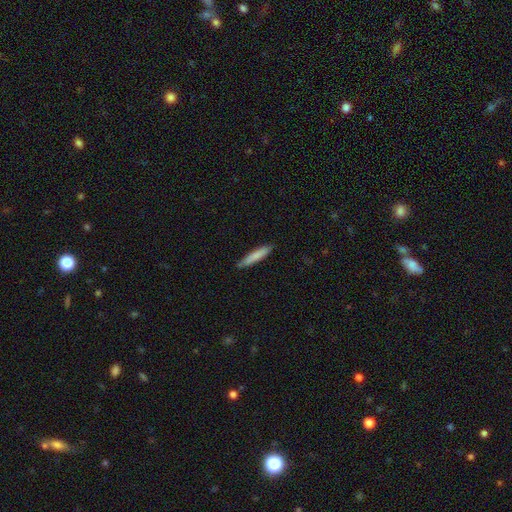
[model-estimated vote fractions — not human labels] This appears to be a smooth galaxy with no disk features (80%) that is cigar-shaped (89%). Merging: none (82%).